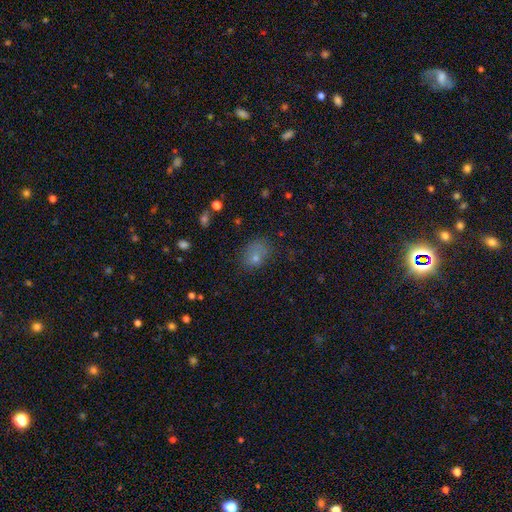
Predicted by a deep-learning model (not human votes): Smooth or featured?
  - smooth: 72% *
  - star or artifact: 16%
  - featured or disk: 12%
How rounded?
  - in between: 66% *
  - round: 33%
  - cigar-shaped: 1%
Merging?
  - none: 55% *
  - minor disturbance: 26%
  - major disturbance: 14%
  - merger: 5%